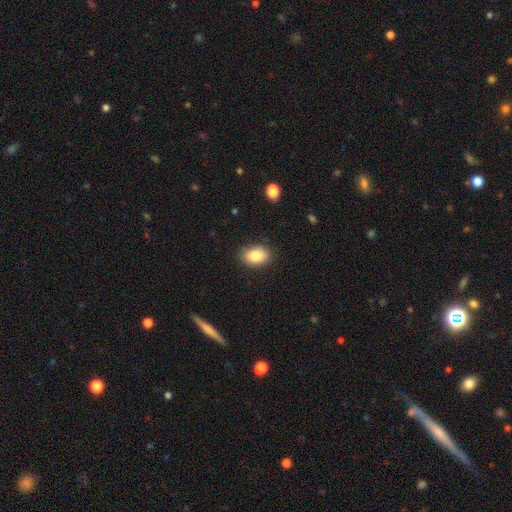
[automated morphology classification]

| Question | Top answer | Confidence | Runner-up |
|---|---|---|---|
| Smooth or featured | smooth | 85% | star or artifact (8%) |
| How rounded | in between | 85% | round (14%) |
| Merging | none | 86% | minor disturbance (11%) |